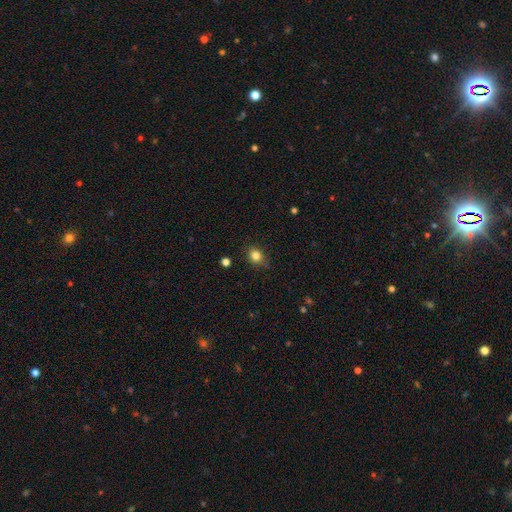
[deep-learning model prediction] The model was most divided on "how rounded": round: 64%, in between: 35%, cigar-shaped: 1%. More confident: smooth or featured — smooth (83%); merging — none (80%).